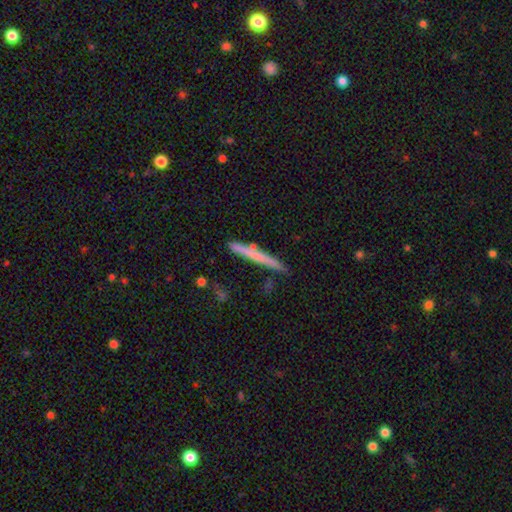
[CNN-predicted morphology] Smooth or featured?
  - smooth: 53% *
  - featured or disk: 41%
  - star or artifact: 6%
How rounded?
  - cigar-shaped: 96% *
  - in between: 2%
  - round: 2%
Merging?
  - none: 80% *
  - minor disturbance: 13%
  - merger: 4%
  - major disturbance: 3%